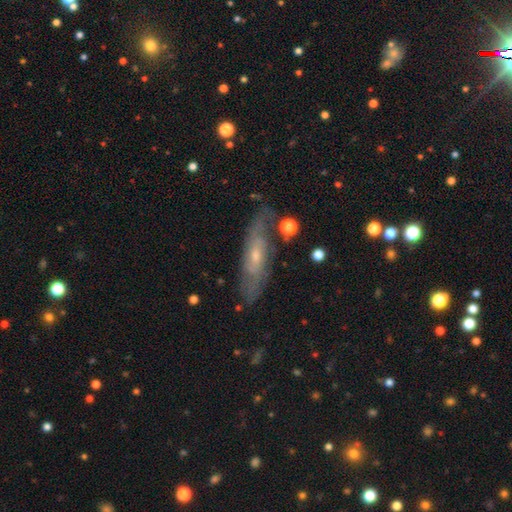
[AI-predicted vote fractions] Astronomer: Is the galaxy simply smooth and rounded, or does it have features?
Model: featured or disk — 70%.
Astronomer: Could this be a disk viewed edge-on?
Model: no — 74%.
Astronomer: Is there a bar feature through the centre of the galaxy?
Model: no — 62%.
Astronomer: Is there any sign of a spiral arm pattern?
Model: yes — 81%.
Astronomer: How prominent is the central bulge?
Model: small — 59% (runner-up: moderate, 36%).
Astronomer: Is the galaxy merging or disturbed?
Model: none — 70%.